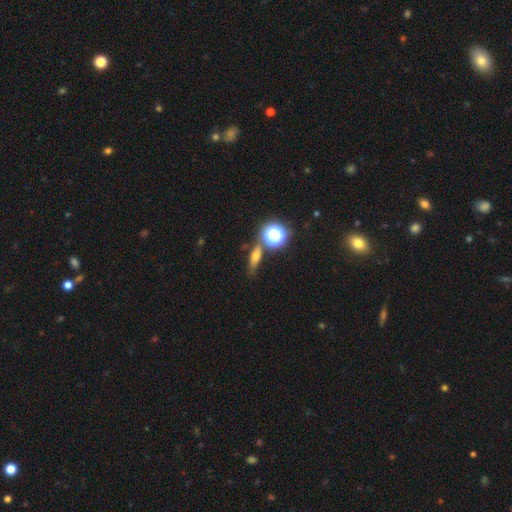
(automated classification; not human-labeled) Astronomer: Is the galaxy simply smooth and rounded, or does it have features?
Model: smooth — 58%.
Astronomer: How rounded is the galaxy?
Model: in between — 47% (runner-up: cigar-shaped, 32%).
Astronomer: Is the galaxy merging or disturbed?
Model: none — 71%.